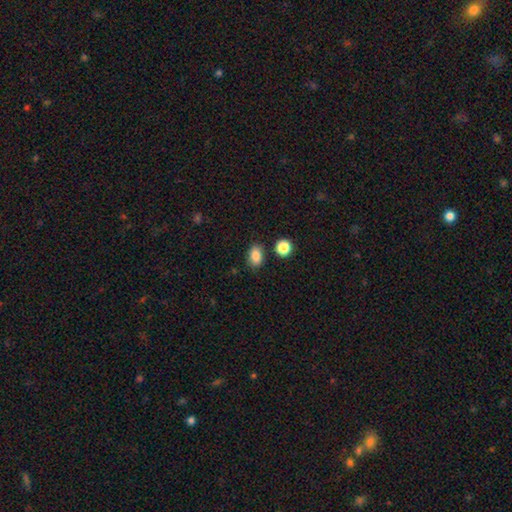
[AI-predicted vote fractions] A smooth galaxy with no disk features (85%) that is in between round and cigar-shaped (79%). Merging: none (81%).